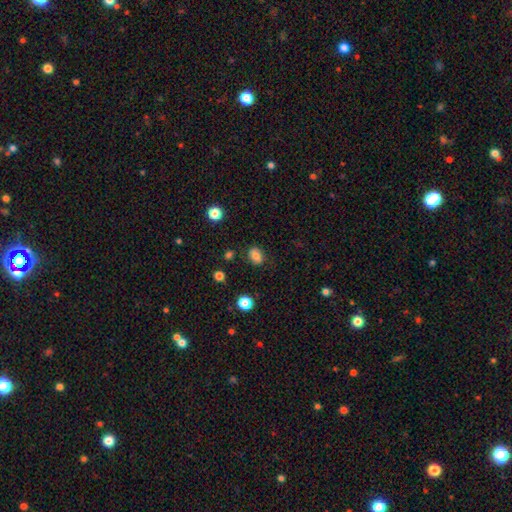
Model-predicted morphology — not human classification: Overall: smooth (78%). How rounded: in between (63%; round 36%). Merging: none (80%).